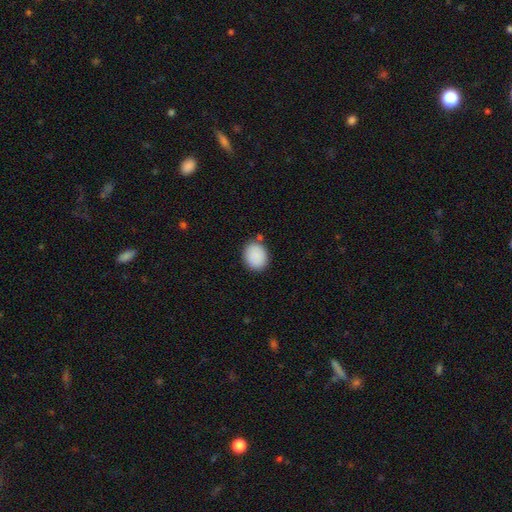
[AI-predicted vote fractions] Smooth or featured? smooth (89%)
How rounded? in between (52%)
Merging? none (82%)